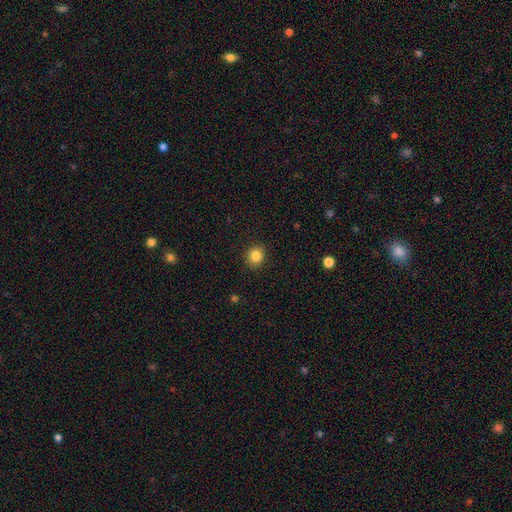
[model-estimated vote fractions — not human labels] Smooth or featured?
  - smooth: 85% *
  - star or artifact: 11%
  - featured or disk: 5%
How rounded?
  - round: 82% *
  - in between: 17%
  - cigar-shaped: 1%
Merging?
  - none: 90% *
  - minor disturbance: 7%
  - major disturbance: 2%
  - merger: 1%